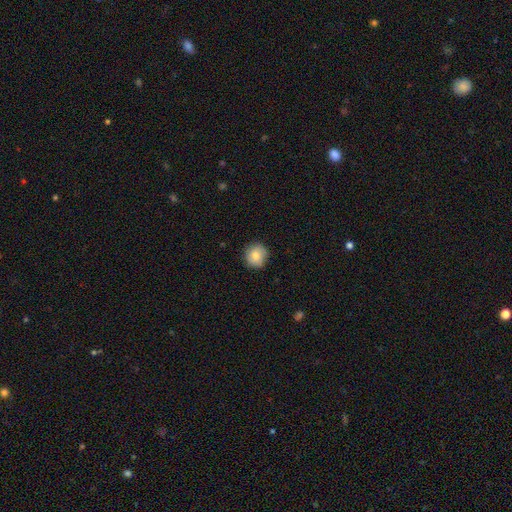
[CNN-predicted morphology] Smooth or featured? smooth (80%)
How rounded? round (92%)
Merging? none (87%)